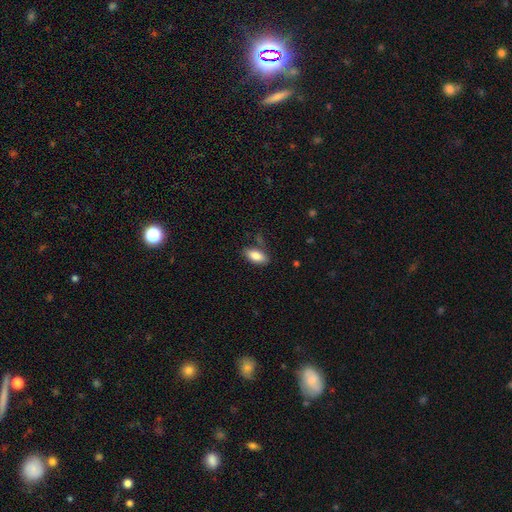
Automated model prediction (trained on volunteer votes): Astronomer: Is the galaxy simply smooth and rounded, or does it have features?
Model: smooth — 86%.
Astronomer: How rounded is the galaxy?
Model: in between — 89%.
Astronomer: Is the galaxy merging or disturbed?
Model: none — 76%.